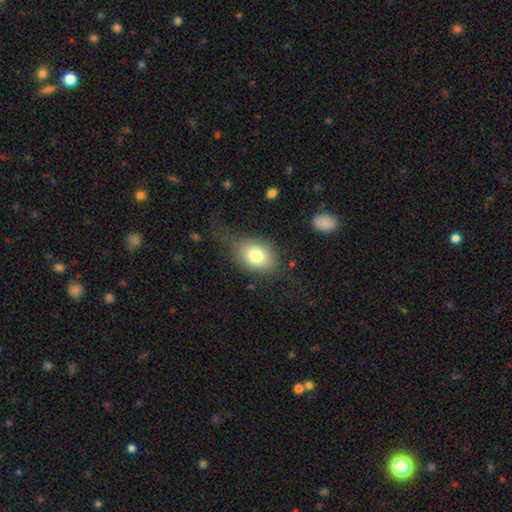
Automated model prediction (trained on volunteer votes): Overall: smooth (76%). How rounded: in between (65%; round 34%). Merging: none (53%; minor disturbance 25%).